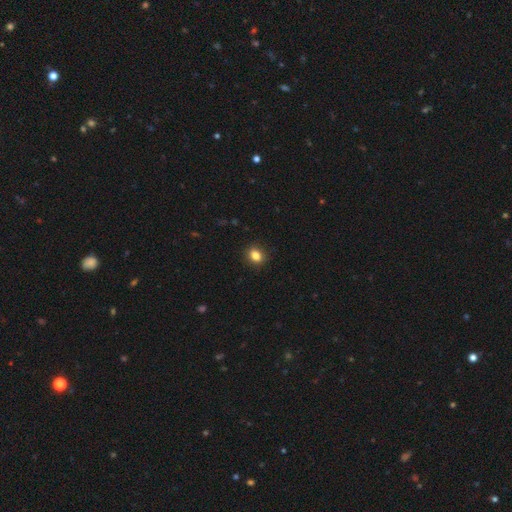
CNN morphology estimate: Smooth or featured: smooth — 84% (star or artifact — 11%)
How rounded: round — 52% (in between — 47%)
Merging: none — 89% (minor disturbance — 8%)